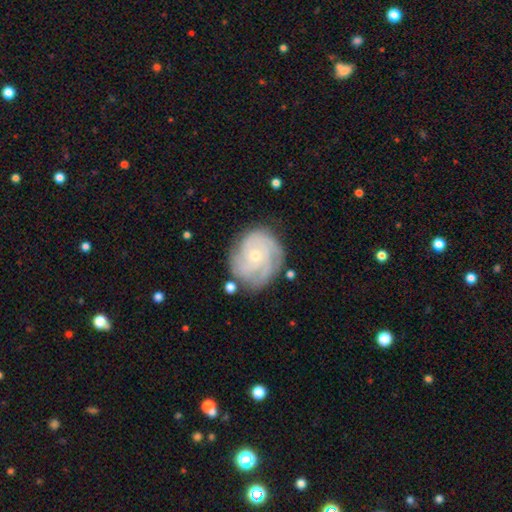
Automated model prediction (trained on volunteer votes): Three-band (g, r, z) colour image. It shows a featured or disk galaxy (83%) with no bar (77%), 3 (34%) tight (70%) spiral arms (95%) and a small central bulge (66%). Merging: none (73%).